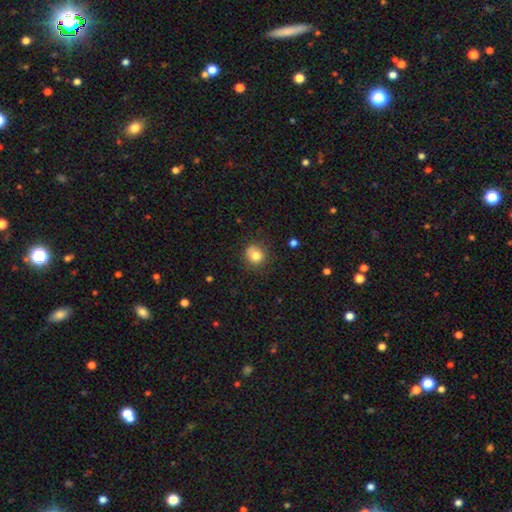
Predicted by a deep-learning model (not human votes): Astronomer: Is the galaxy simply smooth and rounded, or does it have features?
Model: smooth — 80%.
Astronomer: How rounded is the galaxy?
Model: round — 85%.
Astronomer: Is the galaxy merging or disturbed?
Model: none — 76%.